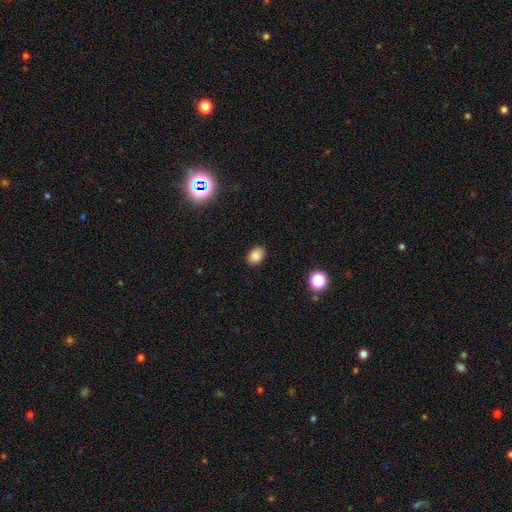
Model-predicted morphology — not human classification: smooth 84%, star or artifact 11%, featured or disk 5%. Down the decision tree: how rounded — in between (78%); merging — none (84%).